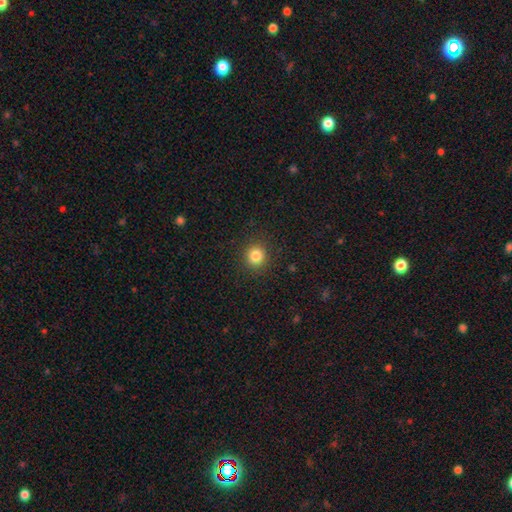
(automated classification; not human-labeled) smooth-or-featured: smooth: 83% | star or artifact: 11% | featured or disk: 5%
  how-rounded: round: 90% | in between: 9% | cigar-shaped: 1%
  merging: none: 90% | minor disturbance: 6% | major disturbance: 2% | merger: 1%